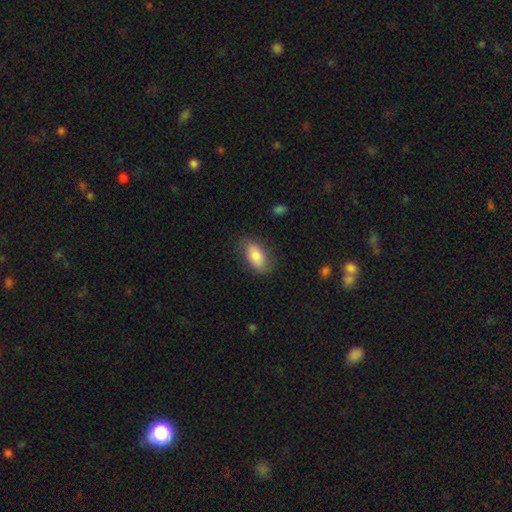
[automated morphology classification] Smooth or featured: smooth — 84% (featured or disk — 10%)
How rounded: in between — 91% (cigar-shaped — 5%)
Merging: none — 80% (minor disturbance — 15%)